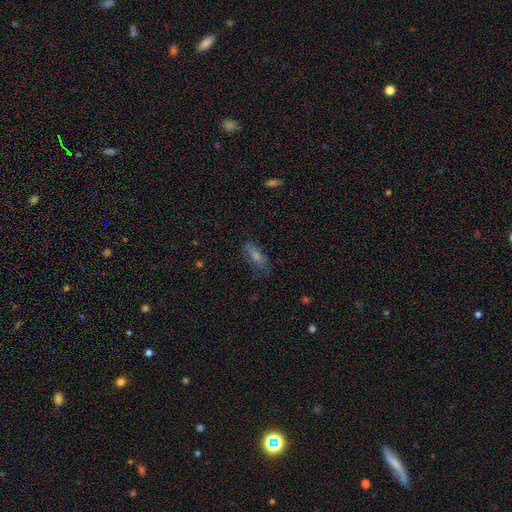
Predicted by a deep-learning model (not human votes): The model was most divided on "smooth or featured": smooth: 50%, featured or disk: 30%, star or artifact: 20%. More confident: merging — none (71%).